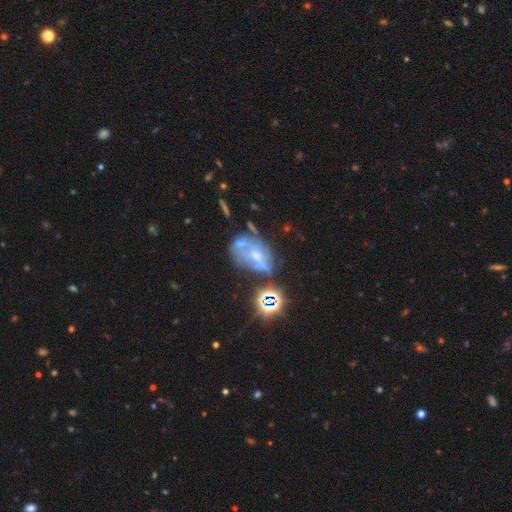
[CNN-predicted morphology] A featured or disk galaxy (53%) with no bar (73%), no spiral arms (71%) and a small central bulge (40%). Merging: none (33%).